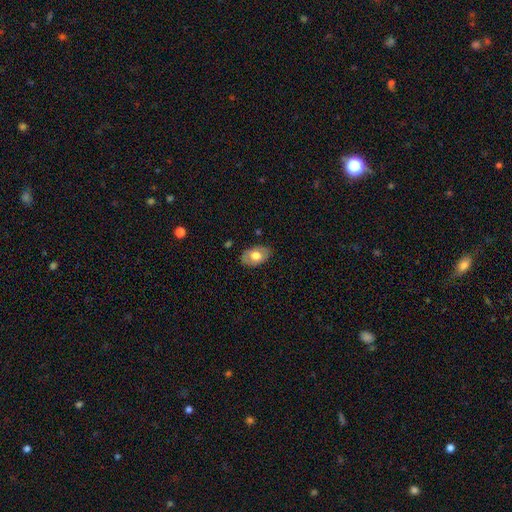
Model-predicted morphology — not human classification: Smooth or featured? Predicted: smooth (p=0.61). How rounded? Predicted: in between (p=0.89). Merging? Predicted: none (p=0.81).